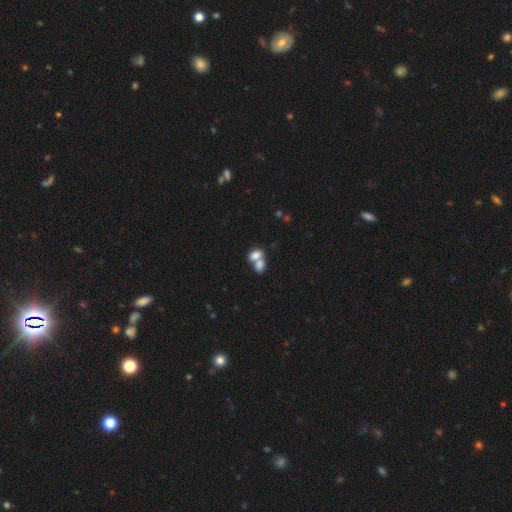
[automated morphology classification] Overall: smooth (78%). How rounded: in between (81%). Merging: merger (69%).